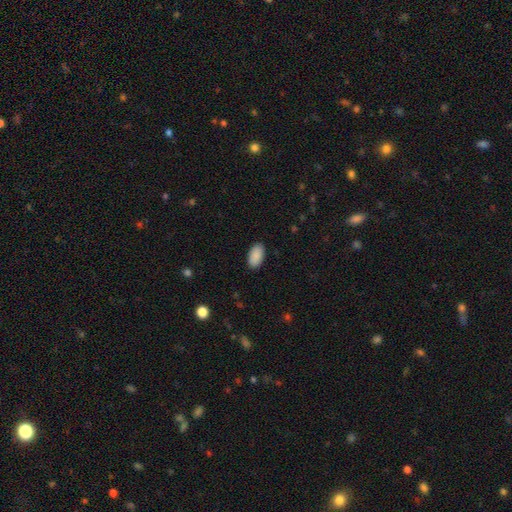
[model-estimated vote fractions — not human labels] A smooth galaxy with no disk features (90%) that is in between round and cigar-shaped (95%).

Vote fractions:
- Smooth or featured? smooth: 90% / star or artifact: 7% / featured or disk: 3%
- How rounded? in between: 95% / round: 3% / cigar-shaped: 2%
- Merging? none: 89% / minor disturbance: 8% / major disturbance: 2% / merger: 1%